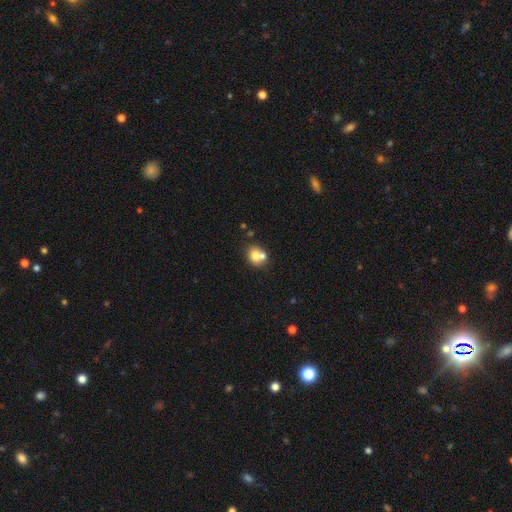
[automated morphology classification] type=smooth (72%); roundness=round (62%); merging=merger (46%).